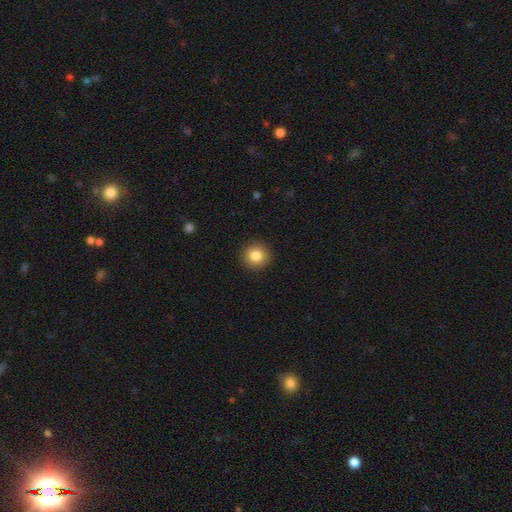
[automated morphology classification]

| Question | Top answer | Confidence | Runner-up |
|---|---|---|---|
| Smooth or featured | smooth | 83% | star or artifact (10%) |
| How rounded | round | 93% | in between (6%) |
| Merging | none | 93% | minor disturbance (5%) |